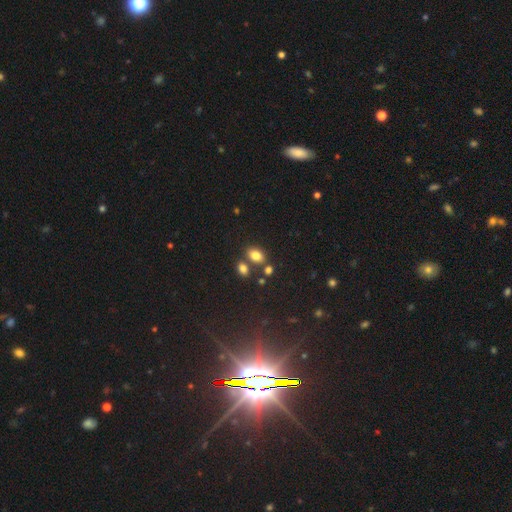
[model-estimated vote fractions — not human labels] smooth_or_featured: smooth (p=0.81) [alt: star or artifact p=0.11]
how_rounded: in between (p=0.81) [alt: round p=0.18]
merging: none (p=0.64) [alt: merger p=0.21]